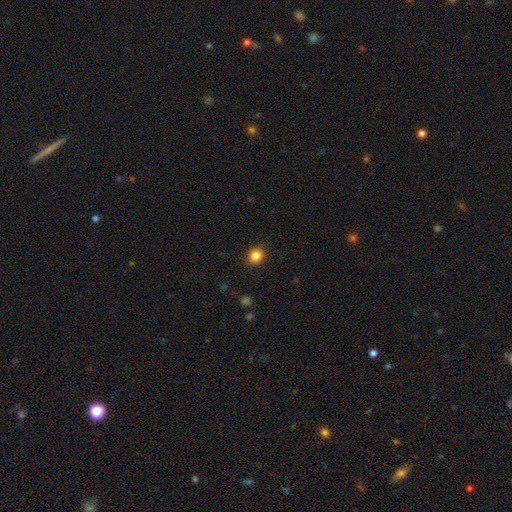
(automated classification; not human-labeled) smooth_or_featured: smooth (p=0.86) [alt: star or artifact p=0.11]
how_rounded: round (p=0.81) [alt: in between p=0.19]
merging: none (p=0.90) [alt: minor disturbance p=0.07]